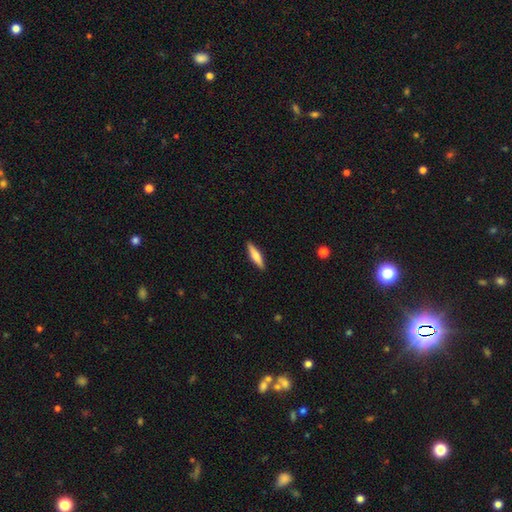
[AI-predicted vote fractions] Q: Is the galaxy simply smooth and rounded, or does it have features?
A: smooth — 64%.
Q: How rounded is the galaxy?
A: cigar-shaped — 77%.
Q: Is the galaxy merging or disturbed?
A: none — 90%.